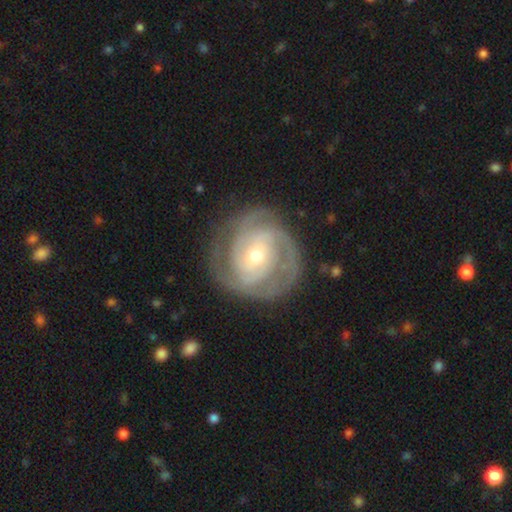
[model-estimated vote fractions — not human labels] smooth_or_featured: featured or disk (p=0.88) [alt: smooth p=0.08]
disk_edge_on: no (p=0.98) [alt: yes p=0.02]
bar: no (p=0.52) [alt: weak p=0.35]
has_spiral_arms: yes (p=0.96) [alt: no p=0.04]
spiral_winding: tight (p=0.66) [alt: medium p=0.28]
spiral_arm_count: 2 (p=0.34) [alt: 3 p=0.29]
bulge_size: small (p=0.52) [alt: moderate p=0.44]
merging: none (p=0.79) [alt: minor disturbance p=0.14]